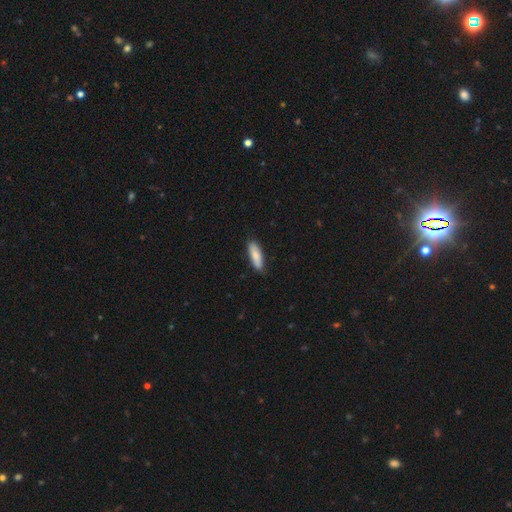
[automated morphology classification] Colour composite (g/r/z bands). It shows a smooth galaxy with no disk features (82%) that is in between round and cigar-shaped (52%). Merging: none (82%).